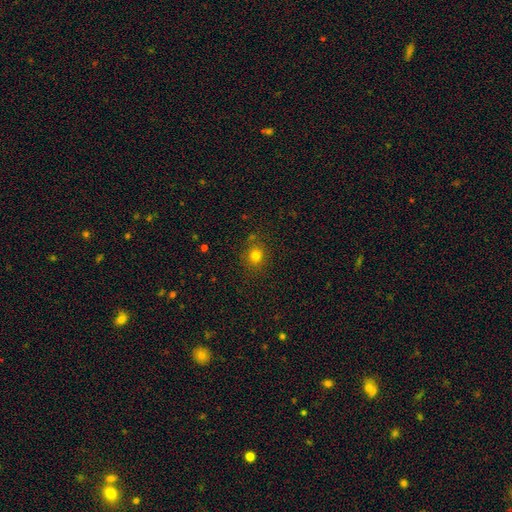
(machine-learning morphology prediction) A smooth galaxy with no disk features (78%) that is round (79%). Merging: none (82%).